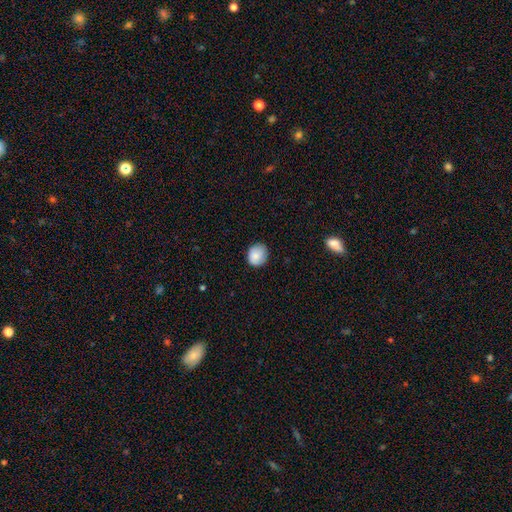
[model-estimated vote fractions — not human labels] Morphology: type=smooth (86%); roundness=round (71%); merging=none (78%).